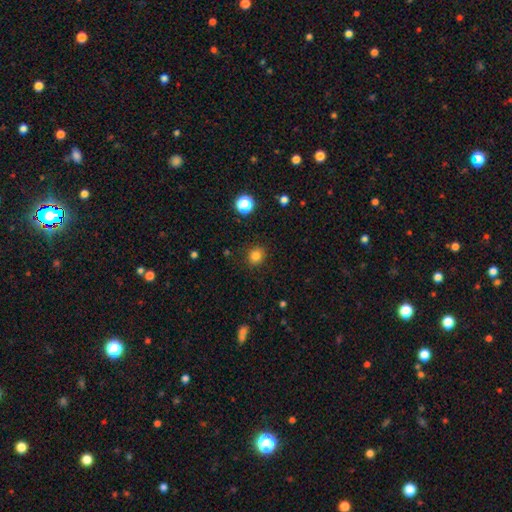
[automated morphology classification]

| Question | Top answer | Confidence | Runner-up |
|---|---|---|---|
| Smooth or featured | smooth | 82% | star or artifact (13%) |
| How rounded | round | 79% | in between (20%) |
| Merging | none | 88% | minor disturbance (8%) |